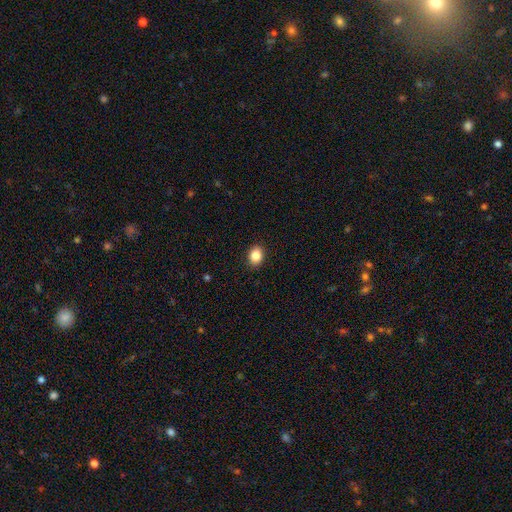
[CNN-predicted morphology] This appears to be a smooth galaxy with no disk features (86%) that is in between round and cigar-shaped (50%). Merging: none (90%).